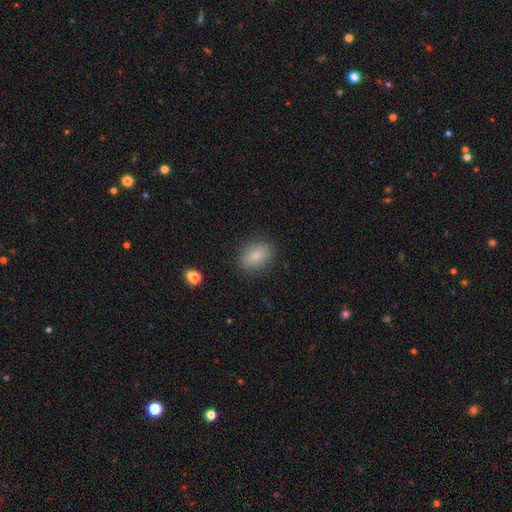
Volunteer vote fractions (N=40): A smooth galaxy with no disk features (88%) that is in between round and cigar-shaped (80%). Merging: none (92%).